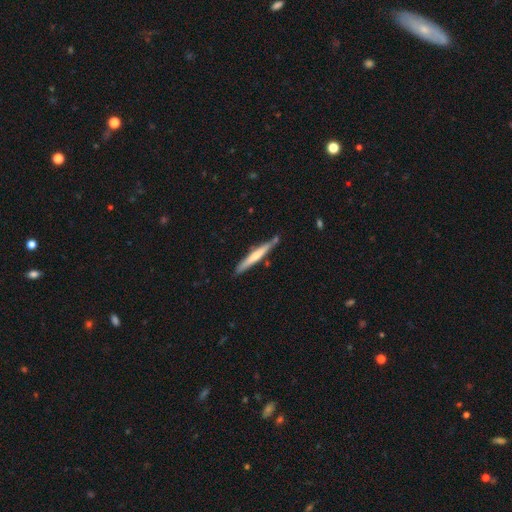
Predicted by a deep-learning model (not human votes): featured or disk 49%, smooth 46%, star or artifact 5%. Down the decision tree: merging — none (80%).